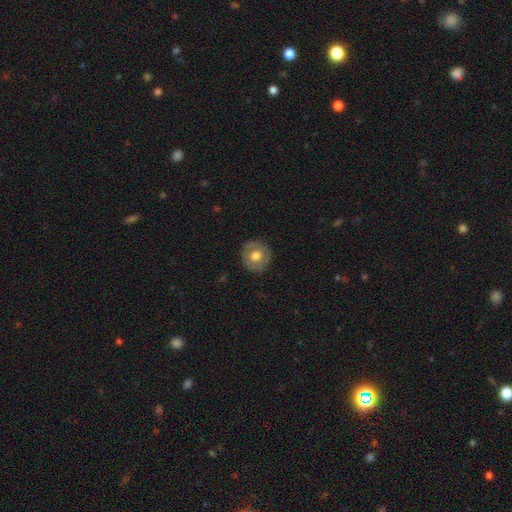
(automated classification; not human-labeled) Q: Smooth or featured?
A: smooth (58%); runner-up: featured or disk (35%)
Q: How rounded?
A: round (90%); runner-up: in between (9%)
Q: Merging?
A: none (87%); runner-up: minor disturbance (10%)